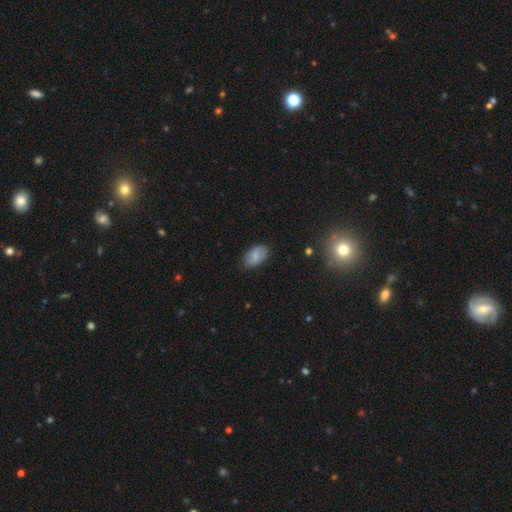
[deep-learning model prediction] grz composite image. It shows a smooth galaxy with no disk features (72%) that is in between round and cigar-shaped (92%). Merging: none (77%).